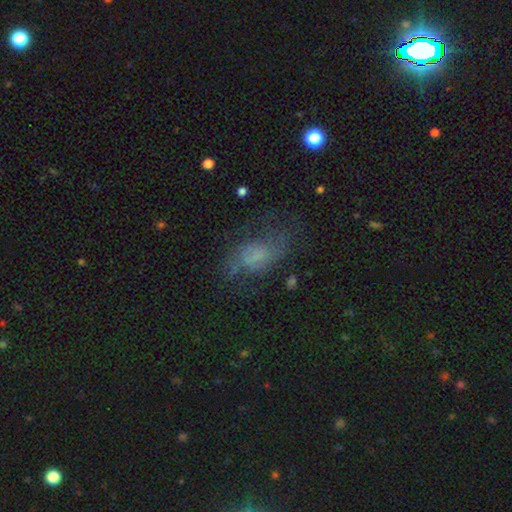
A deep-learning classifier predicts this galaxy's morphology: Smooth or featured: featured or disk — 43% (smooth — 41%)
Merging: none — 50% (major disturbance — 24%)